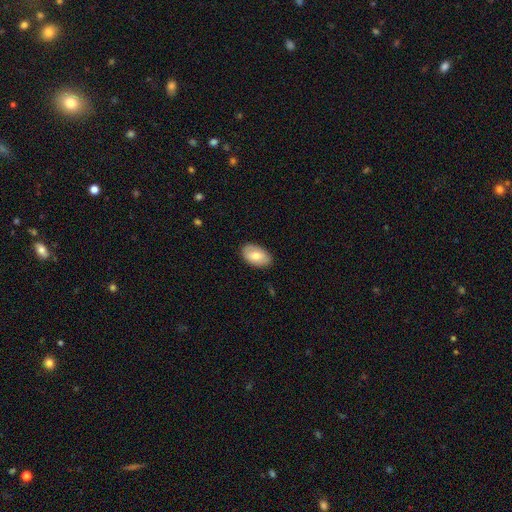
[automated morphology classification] smooth 74%, featured or disk 20%, star or artifact 6%. Down the decision tree: how rounded — in between (93%); merging — none (85%).